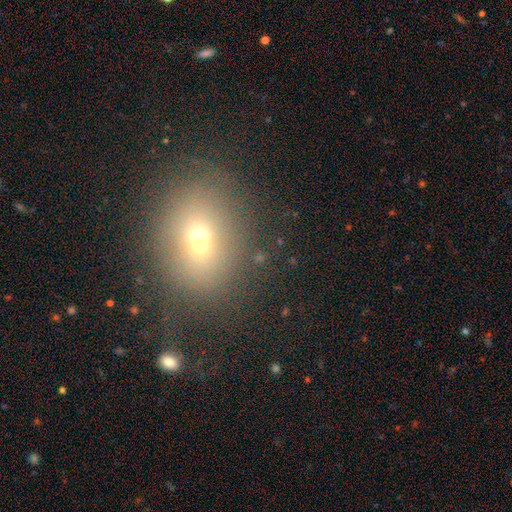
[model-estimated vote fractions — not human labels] The model was most divided on "how rounded": in between: 51%, round: 47%, cigar-shaped: 2%. More confident: merging — none (75%); smooth or featured — smooth (63%).